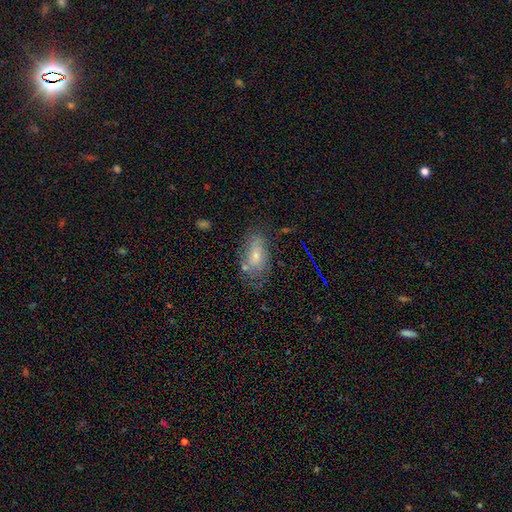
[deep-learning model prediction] Smooth or featured?
  - smooth: 60% *
  - featured or disk: 29%
  - star or artifact: 11%
How rounded?
  - in between: 88% *
  - cigar-shaped: 7%
  - round: 5%
Merging?
  - none: 56% *
  - minor disturbance: 25%
  - major disturbance: 11%
  - merger: 8%